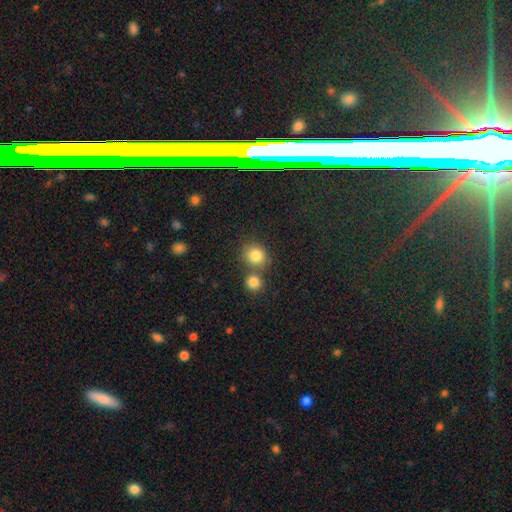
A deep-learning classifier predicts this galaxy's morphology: smooth 82%, star or artifact 11%, featured or disk 7%. Down the decision tree: how rounded — round (80%); merging — none (59%).